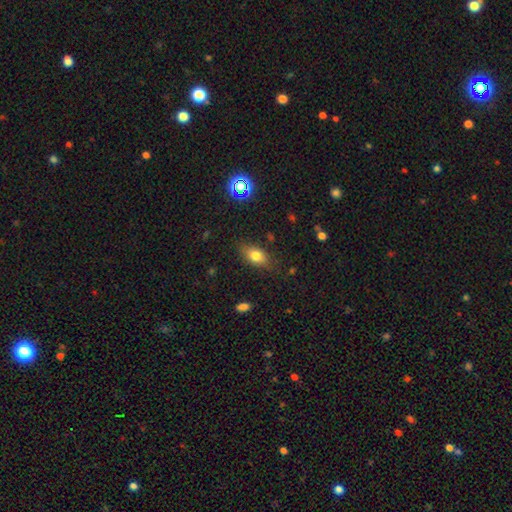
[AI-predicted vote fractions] Morphology: type=smooth (77%); roundness=in between (82%); merging=none (81%).